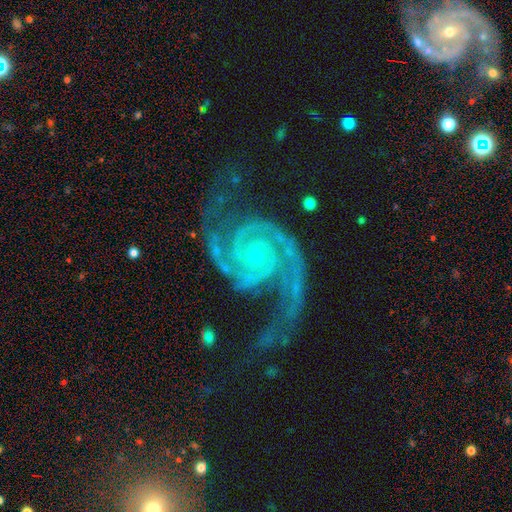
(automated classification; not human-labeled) The model was most divided on "spiral winding": medium: 46%, tight: 44%, loose: 10%. More confident: spiral arms — yes (99%); edge-on disk — no (98%); smooth or featured — featured or disk (94%); spiral arm count — 2 (90%); bulge size — small (78%); bar — no (75%); merging — none (65%).